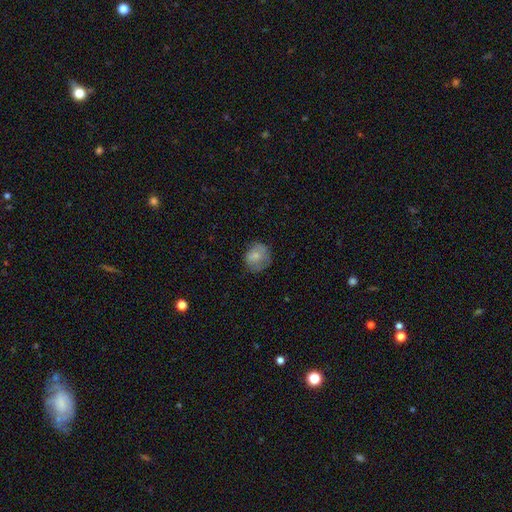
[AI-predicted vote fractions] A smooth galaxy with no disk features (73%) that is round (75%).

Vote fractions:
- Smooth or featured? smooth: 73% / featured or disk: 19% / star or artifact: 9%
- How rounded? round: 75% / in between: 24% / cigar-shaped: 1%
- Merging? none: 64% / minor disturbance: 25% / major disturbance: 10% / merger: 1%